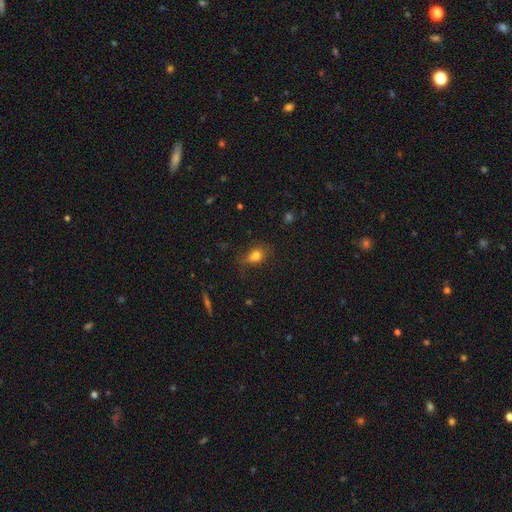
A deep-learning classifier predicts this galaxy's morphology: Smooth or featured: smooth — 76% (star or artifact — 13%)
How rounded: in between — 67% (round — 29%)
Merging: none — 57% (minor disturbance — 28%)